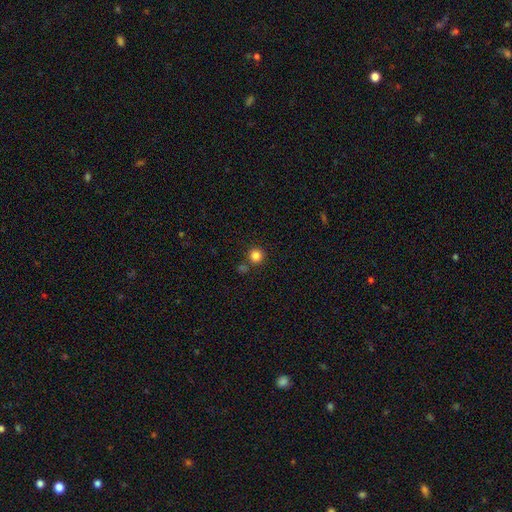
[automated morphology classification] This appears to be a smooth galaxy with no disk features (84%) that is round (94%). Merging: none (81%).